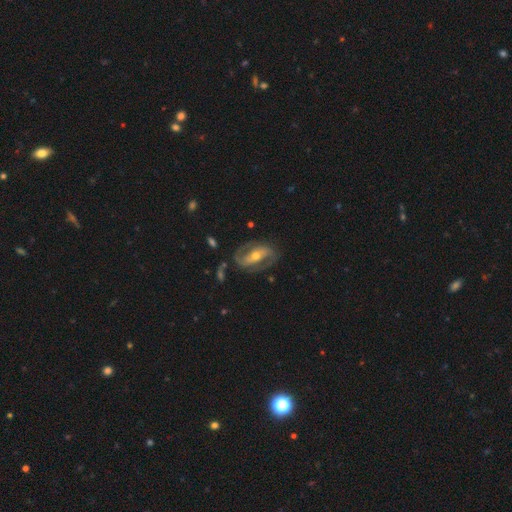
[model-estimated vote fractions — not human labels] Smooth or featured? featured or disk (84%)
Edge-on disk? no (95%)
Bar? strong (50%)
Spiral arms? yes (89%)
Spiral winding? medium (47%)
Spiral arm count? 2 (89%)
Bulge size? moderate (61%)
Merging? none (77%)